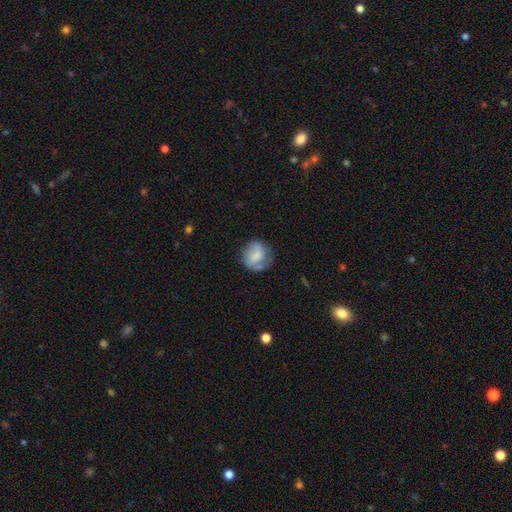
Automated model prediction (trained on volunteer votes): This appears to be a smooth galaxy with no disk features (58%) that is round (81%). Merging: none (60%).